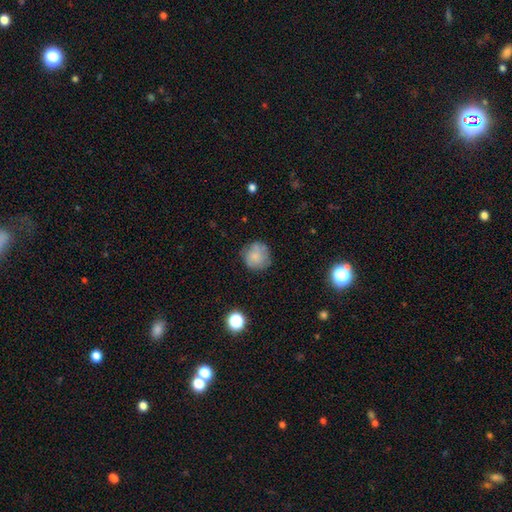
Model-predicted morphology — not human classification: This is likely a smooth galaxy (76%). How rounded: clearly round (91%). Merging: likely none (73%).